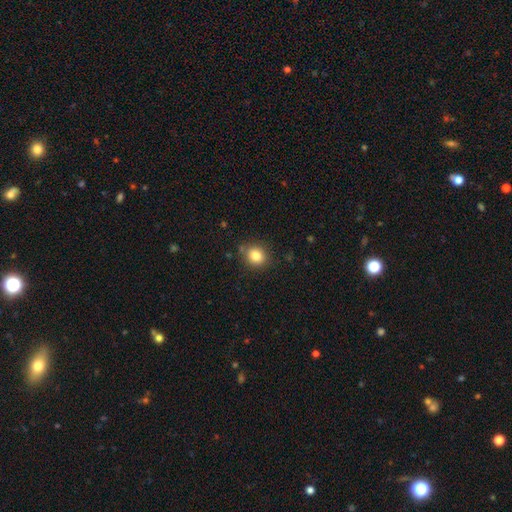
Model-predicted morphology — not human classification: Q: Smooth or featured?
A: smooth (82%); runner-up: star or artifact (11%)
Q: How rounded?
A: round (78%); runner-up: in between (21%)
Q: Merging?
A: none (83%); runner-up: minor disturbance (11%)